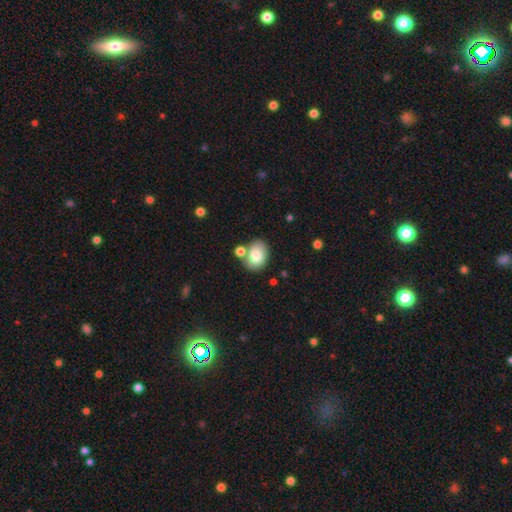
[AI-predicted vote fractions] Morphology: type=smooth (82%); roundness=in between (71%); merging=none (62%).